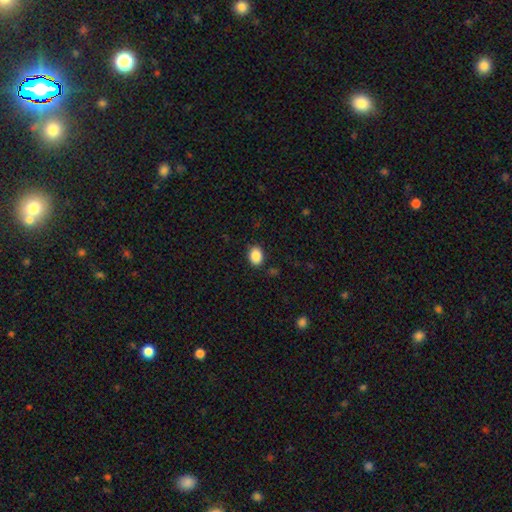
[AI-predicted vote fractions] Smooth or featured: smooth — 88% (star or artifact — 8%)
How rounded: in between — 66% (round — 33%)
Merging: none — 87% (minor disturbance — 9%)